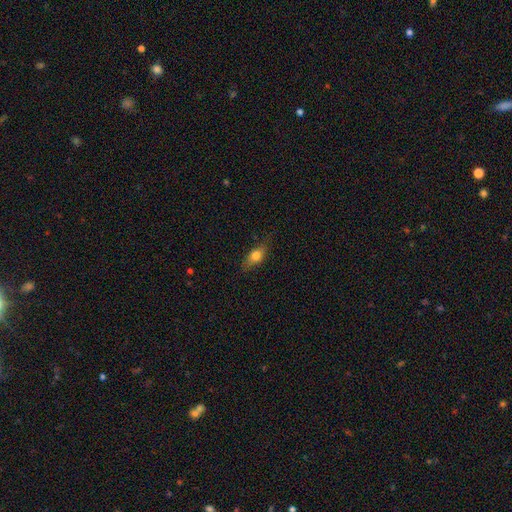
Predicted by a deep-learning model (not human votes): Smooth or featured? Predicted: smooth (p=0.71). How rounded? Predicted: in between (p=0.73). Merging? Predicted: none (p=0.76).